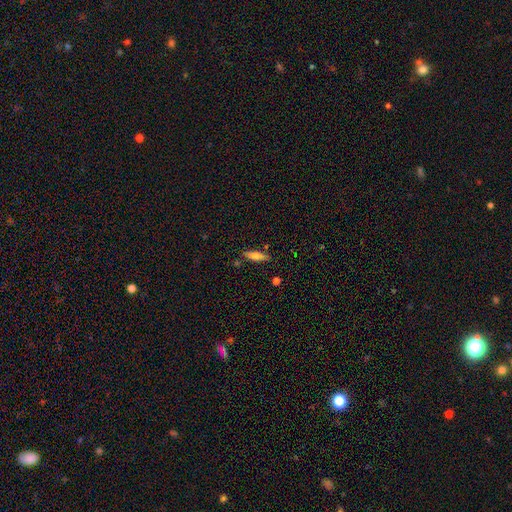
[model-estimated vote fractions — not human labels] Overall: smooth (60%; featured or disk 33%). How rounded: cigar-shaped (62%; in between 36%). Merging: none (81%).